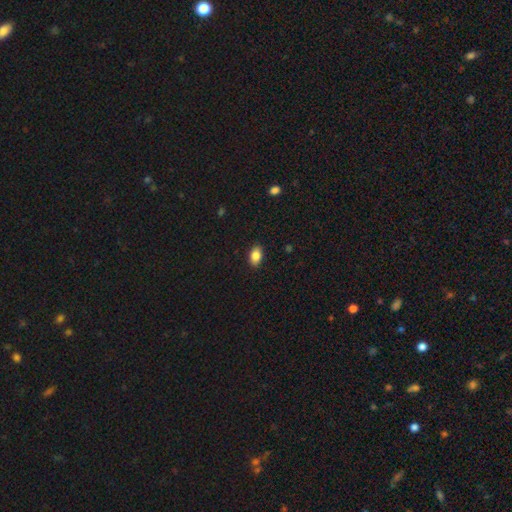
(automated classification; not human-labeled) Smooth or featured?
  - smooth: 87% *
  - star or artifact: 8%
  - featured or disk: 5%
How rounded?
  - in between: 87% *
  - round: 11%
  - cigar-shaped: 2%
Merging?
  - none: 88% *
  - minor disturbance: 9%
  - major disturbance: 2%
  - merger: 1%